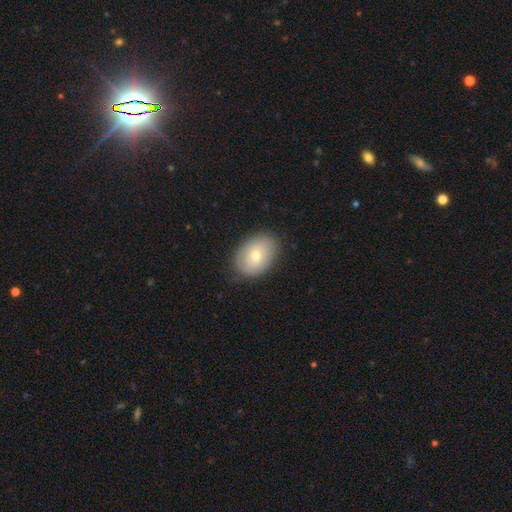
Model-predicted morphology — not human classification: The model was most divided on "smooth or featured": smooth: 66%, featured or disk: 26%, star or artifact: 8%. More confident: merging — none (81%); how rounded — in between (77%).